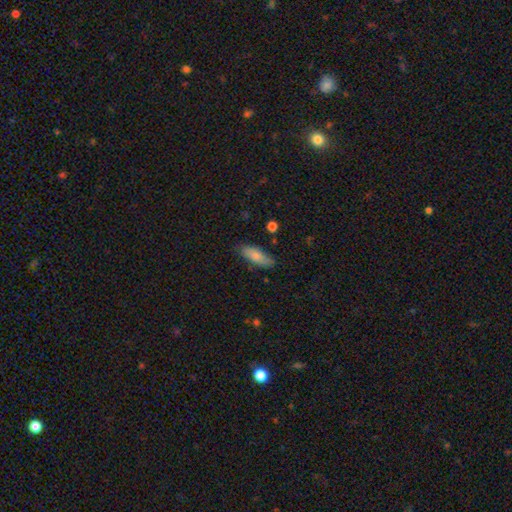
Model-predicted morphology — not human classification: Smooth or featured? smooth (81%)
How rounded? in between (67%)
Merging? none (81%)